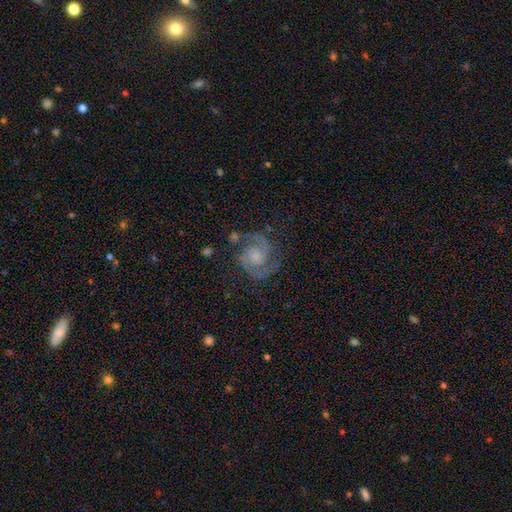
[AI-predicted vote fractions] Q: Smooth or featured?
A: featured or disk (88%); runner-up: smooth (6%)
Q: Edge-on disk?
A: no (98%); runner-up: yes (2%)
Q: Bar?
A: no (66%); runner-up: weak (29%)
Q: Spiral arms?
A: yes (98%); runner-up: no (2%)
Q: Spiral winding?
A: medium (51%); runner-up: tight (38%)
Q: Spiral arm count?
A: 2 (89%); runner-up: 3 (4%)
Q: Bulge size?
A: moderate (39%); runner-up: small (36%)
Q: Merging?
A: none (73%); runner-up: minor disturbance (16%)